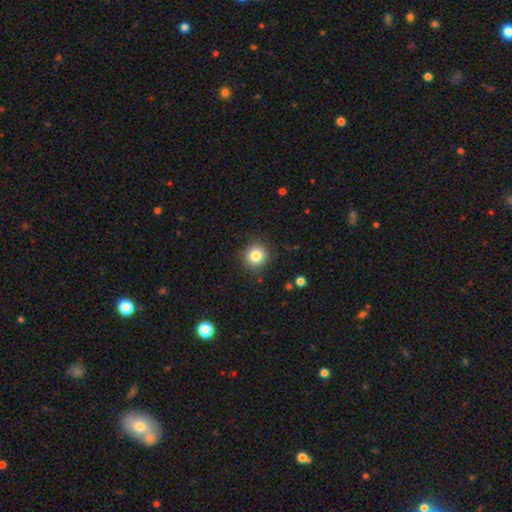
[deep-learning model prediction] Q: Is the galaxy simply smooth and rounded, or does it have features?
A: smooth — 82%.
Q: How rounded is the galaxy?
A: round — 91%.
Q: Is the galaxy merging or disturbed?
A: none — 87%.